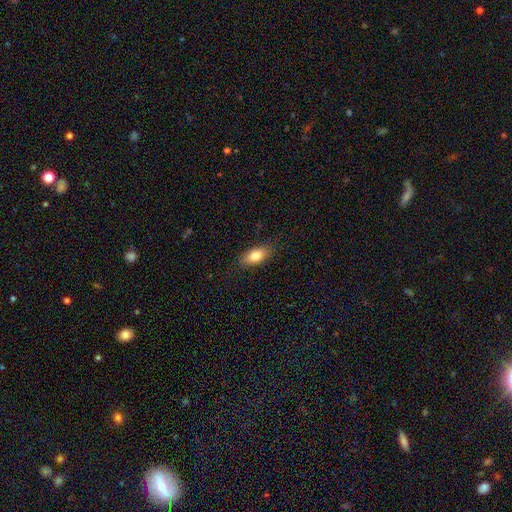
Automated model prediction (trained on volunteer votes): Q: Smooth or featured?
A: smooth (80%); runner-up: featured or disk (13%)
Q: How rounded?
A: in between (85%); runner-up: cigar-shaped (10%)
Q: Merging?
A: none (85%); runner-up: minor disturbance (11%)